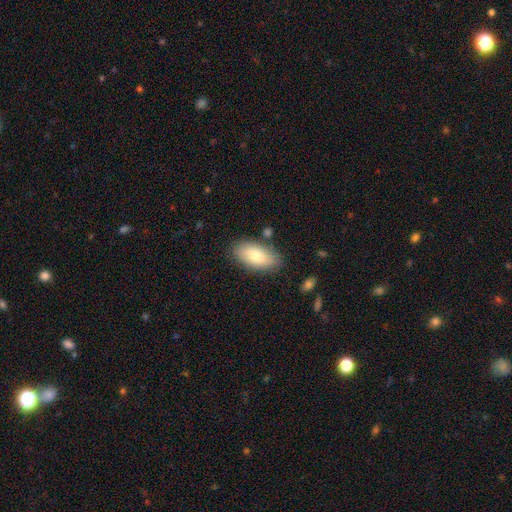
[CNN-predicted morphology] This appears to be a smooth galaxy with no disk features (76%) that is in between round and cigar-shaped (92%). Merging: none (82%).